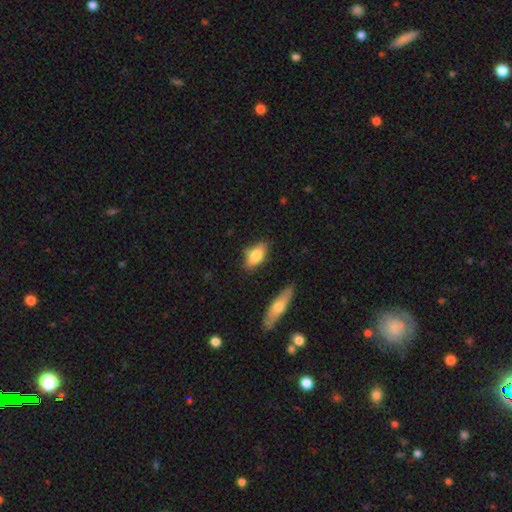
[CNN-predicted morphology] The model was most divided on "smooth or featured": smooth: 72%, featured or disk: 22%, star or artifact: 6%. More confident: how rounded — in between (82%); merging — none (74%).